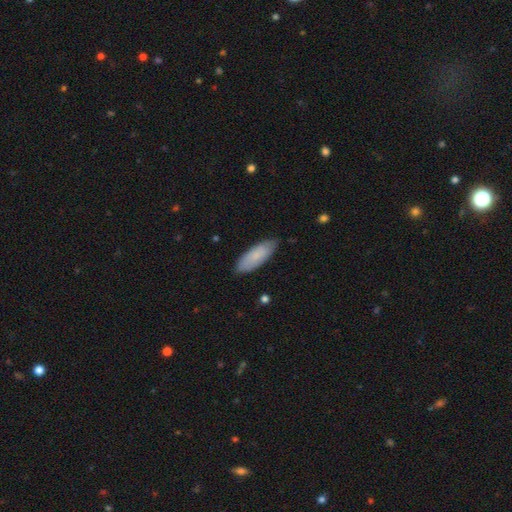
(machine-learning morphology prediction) This is clearly a smooth galaxy (82%). How rounded: likely in between (68%). Merging: clearly none (83%).